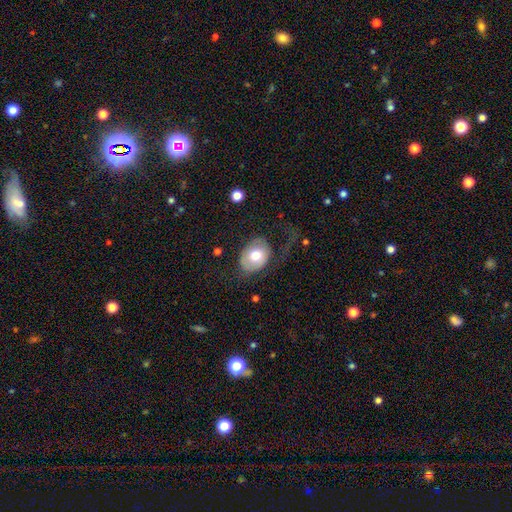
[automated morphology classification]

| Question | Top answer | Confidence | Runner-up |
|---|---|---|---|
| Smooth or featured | smooth | 65% | featured or disk (28%) |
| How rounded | in between | 69% | round (30%) |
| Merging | none | 49% | major disturbance (28%) |